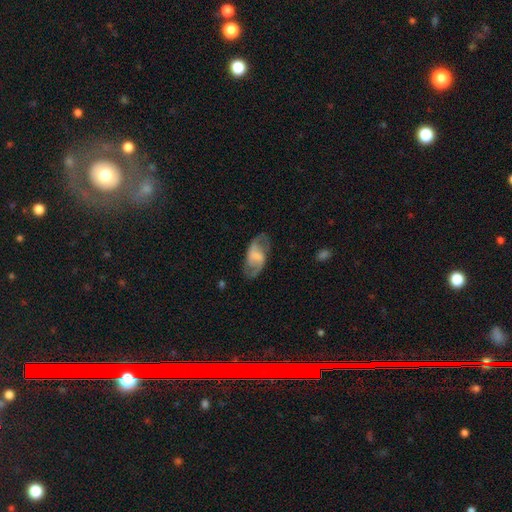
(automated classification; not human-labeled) Smooth or featured: featured or disk — 70% (smooth — 23%)
Edge-on disk: no — 95% (yes — 5%)
Bar: weak — 49% (no — 29%)
Spiral arms: yes — 88% (no — 12%)
Spiral winding: medium — 45% (loose — 41%)
Spiral arm count: 2 — 88% (can't tell — 6%)
Bulge size: none — 41% (small — 23%)
Merging: none — 74% (minor disturbance — 17%)